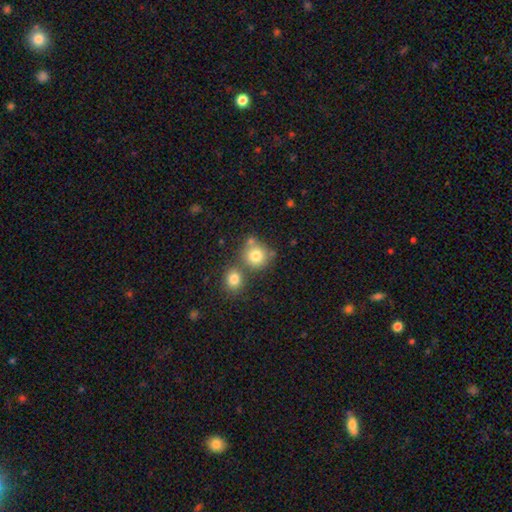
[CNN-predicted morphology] Smooth or featured? Predicted: smooth (p=0.79). How rounded? Predicted: round (p=0.87). Merging? Predicted: none (p=0.55).